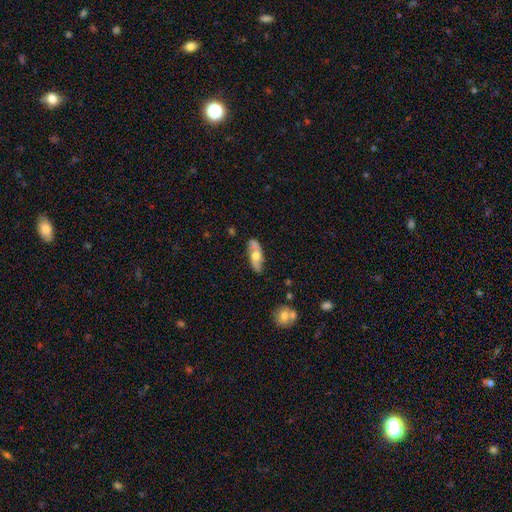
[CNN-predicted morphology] smooth_or_featured: featured or disk (p=0.53) [alt: smooth p=0.41]
disk_edge_on: no (p=0.71) [alt: yes p=0.29]
merging: none (p=0.80) [alt: minor disturbance p=0.15]